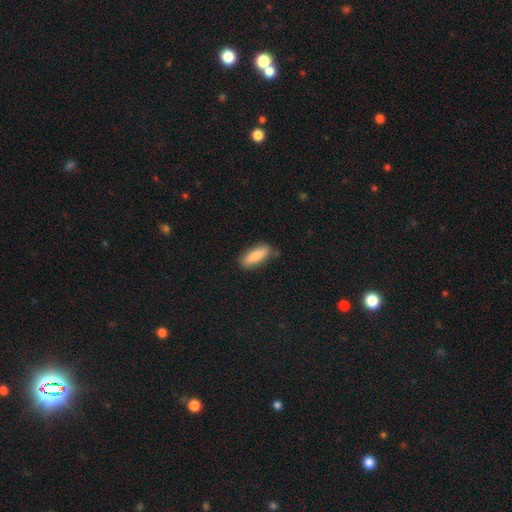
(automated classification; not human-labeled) smooth 78%, featured or disk 16%, star or artifact 6%. Down the decision tree: how rounded — in between (58%); merging — none (79%).